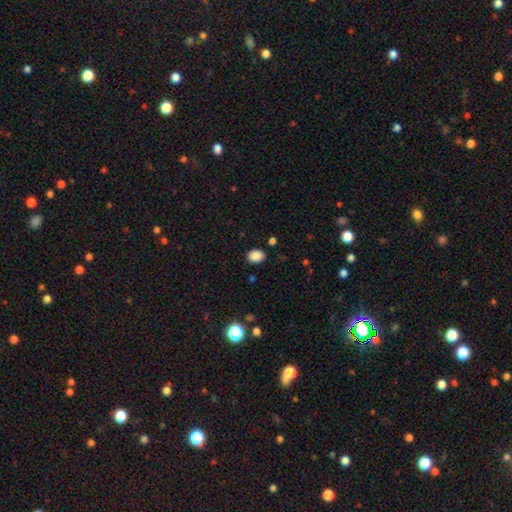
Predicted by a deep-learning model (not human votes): Overall: smooth (87%). How rounded: in between (58%; round 41%). Merging: none (87%).